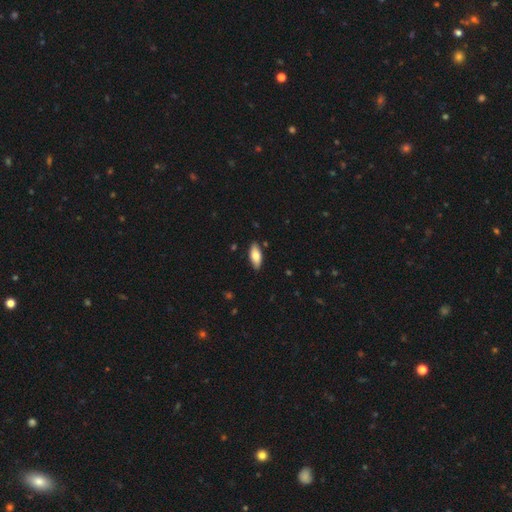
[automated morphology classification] smooth 77%, featured or disk 17%, star or artifact 6%. Down the decision tree: how rounded — in between (81%); merging — none (86%).